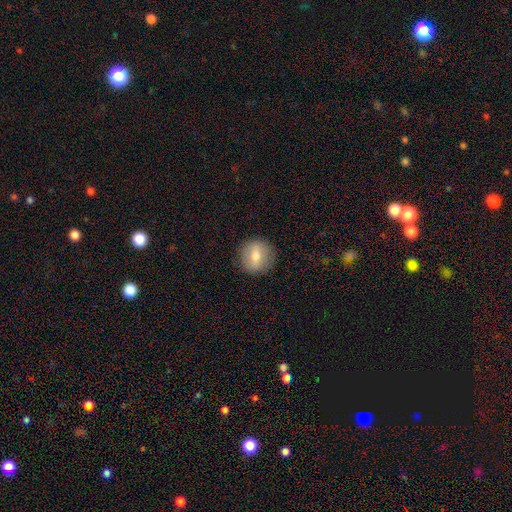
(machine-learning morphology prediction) Smooth or featured: smooth — 65% (featured or disk — 26%)
How rounded: round — 86% (in between — 13%)
Merging: none — 88% (minor disturbance — 8%)